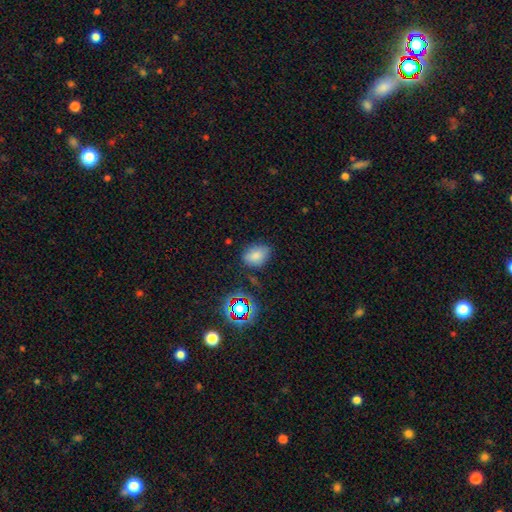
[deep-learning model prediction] Smooth or featured? smooth (76%)
How rounded? in between (73%)
Merging? none (70%)